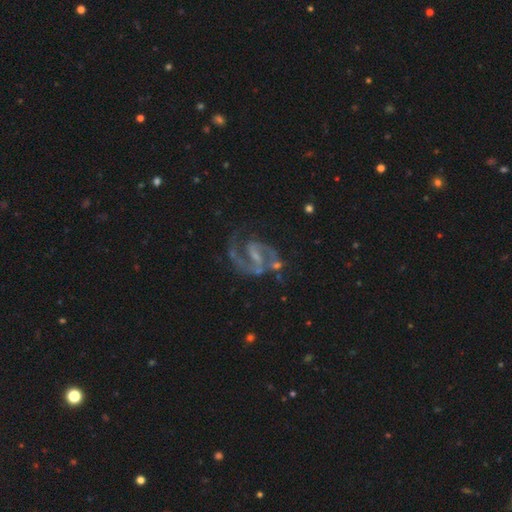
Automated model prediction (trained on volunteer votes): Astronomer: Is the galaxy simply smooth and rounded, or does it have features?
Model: featured or disk — 91%.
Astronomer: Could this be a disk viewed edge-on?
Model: no — 98%.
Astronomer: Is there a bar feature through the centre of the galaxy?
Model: weak — 50% (runner-up: strong, 33%).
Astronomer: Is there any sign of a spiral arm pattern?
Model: yes — 97%.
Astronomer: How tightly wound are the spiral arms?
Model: medium — 64%.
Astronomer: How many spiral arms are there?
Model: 2 — 91%.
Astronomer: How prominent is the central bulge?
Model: small — 52% (runner-up: none, 30%).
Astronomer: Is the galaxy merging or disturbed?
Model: none — 64%.